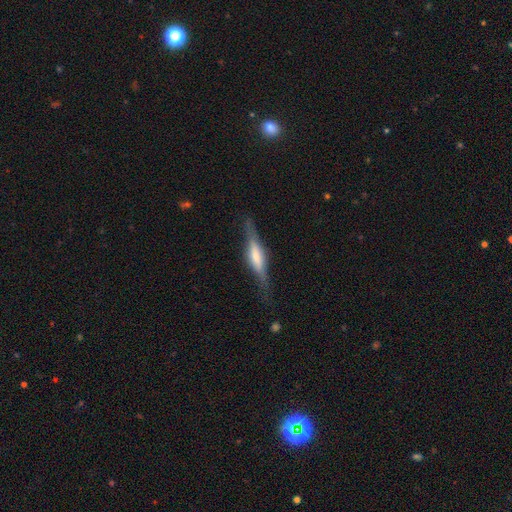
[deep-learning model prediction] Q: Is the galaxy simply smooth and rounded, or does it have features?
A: featured or disk — 67%.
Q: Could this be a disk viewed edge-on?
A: yes — 96%.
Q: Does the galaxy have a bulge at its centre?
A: rounded — 51%.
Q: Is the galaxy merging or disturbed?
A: none — 81%.